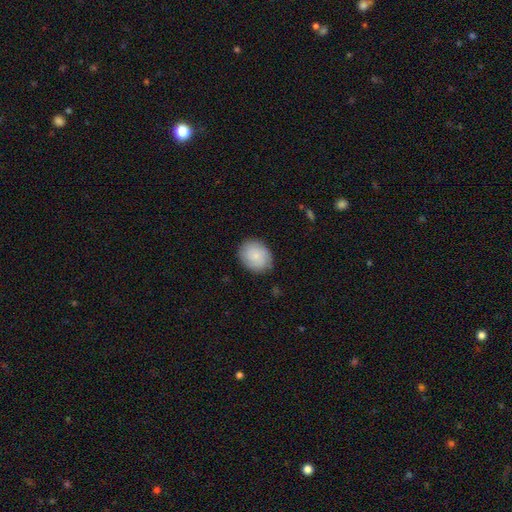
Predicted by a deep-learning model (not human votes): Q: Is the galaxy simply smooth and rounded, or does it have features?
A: smooth — 75%.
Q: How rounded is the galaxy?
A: round — 59%.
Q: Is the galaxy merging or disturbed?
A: none — 83%.